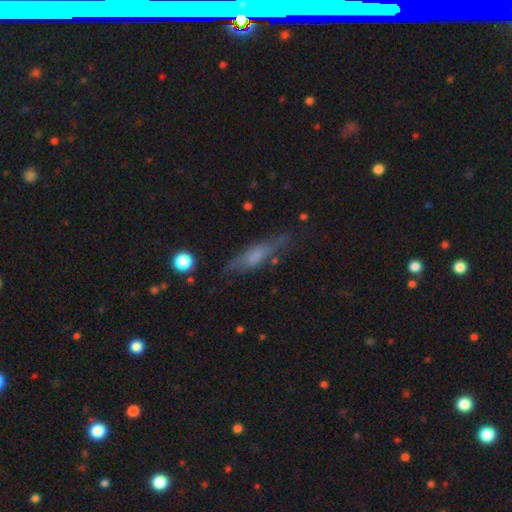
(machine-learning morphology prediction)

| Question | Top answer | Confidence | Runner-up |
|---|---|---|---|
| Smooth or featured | smooth | 47% | featured or disk (44%) |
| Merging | none | 67% | minor disturbance (21%) |